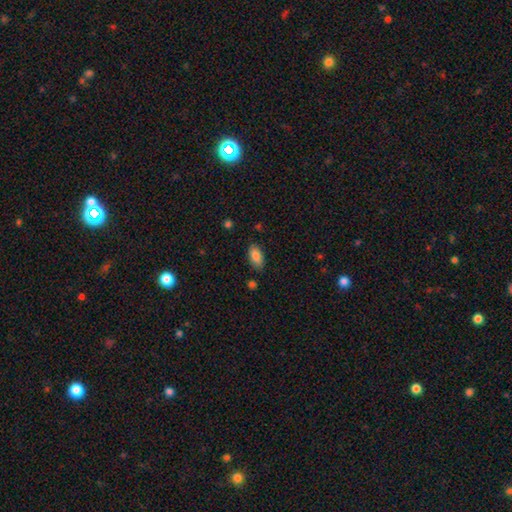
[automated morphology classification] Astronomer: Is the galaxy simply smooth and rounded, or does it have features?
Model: smooth — 86%.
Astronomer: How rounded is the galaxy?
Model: in between — 91%.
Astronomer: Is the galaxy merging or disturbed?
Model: none — 80%.